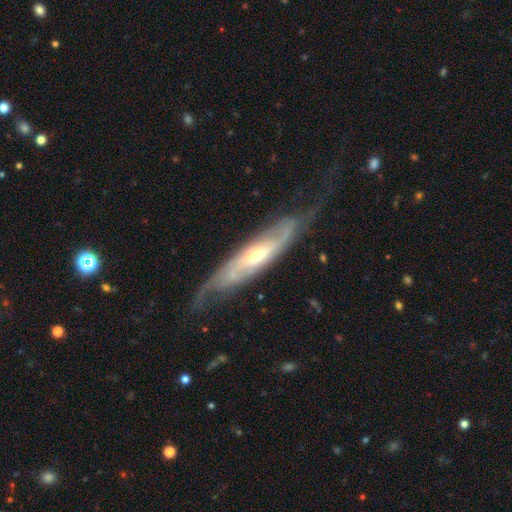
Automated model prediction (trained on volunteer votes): Smooth or featured: featured or disk — 81% (smooth — 14%)
Edge-on disk: no — 67% (yes — 33%)
Bar: no — 54% (weak — 32%)
Spiral arms: yes — 92% (no — 8%)
Bulge size: small — 47% (tied with moderate — 47%)
Merging: none — 62% (minor disturbance — 23%)